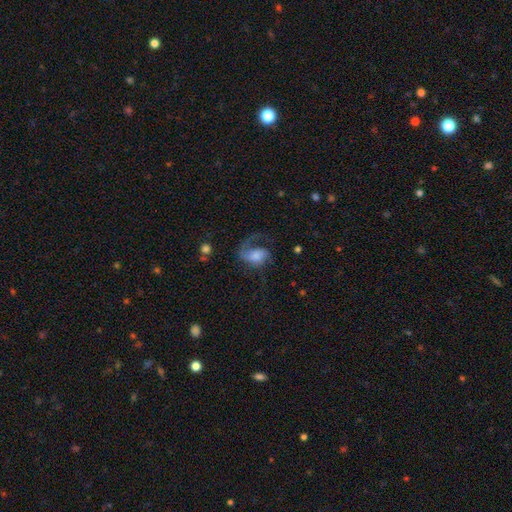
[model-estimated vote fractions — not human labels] Smooth or featured? Predicted: featured or disk (p=0.69). Edge-on disk? Predicted: no (p=0.98). Bar? Predicted: no (p=0.63). Spiral arms? Predicted: yes (p=0.91). Spiral winding? Predicted: loose (p=0.53). Spiral arm count? Predicted: 1 (p=0.54). Bulge size? Predicted: moderate (p=0.30). Merging? Predicted: none (p=0.40, tied with major disturbance).